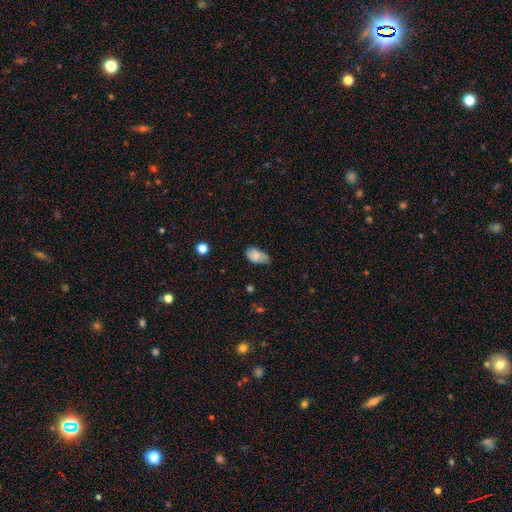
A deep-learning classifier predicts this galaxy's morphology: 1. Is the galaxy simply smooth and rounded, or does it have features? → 81% smooth, 11% featured or disk, 8% star or artifact.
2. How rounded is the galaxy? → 92% in between, 6% round, 2% cigar-shaped.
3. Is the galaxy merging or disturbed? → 50% none, 40% minor disturbance, 9% major disturbance, 2% merger.